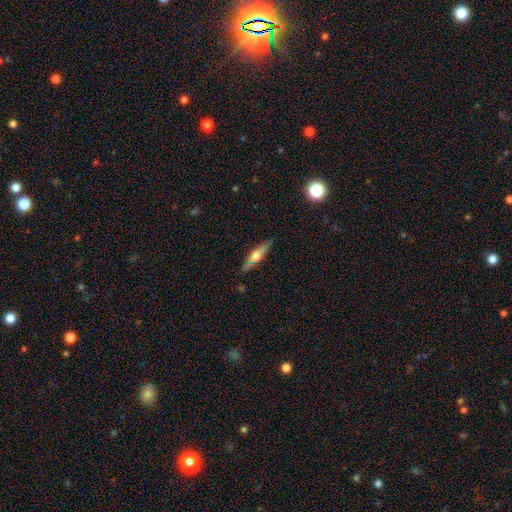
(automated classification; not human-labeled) Overall: featured or disk (48%; smooth 45%). Merging: none (84%).